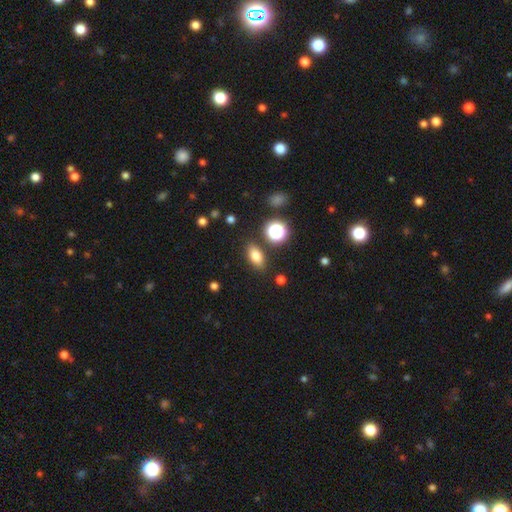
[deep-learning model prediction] Morphology: type=smooth (75%); roundness=in between (78%); merging=none (83%).